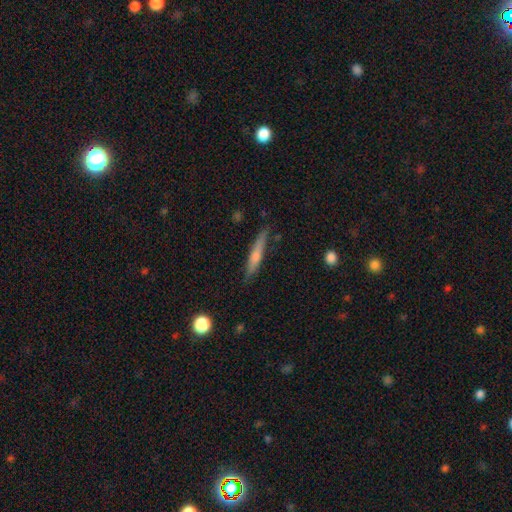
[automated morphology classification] Smooth or featured?
  - featured or disk: 47% *
  - smooth: 46%
  - star or artifact: 7%
Merging?
  - none: 81% *
  - minor disturbance: 15%
  - major disturbance: 3%
  - merger: 2%